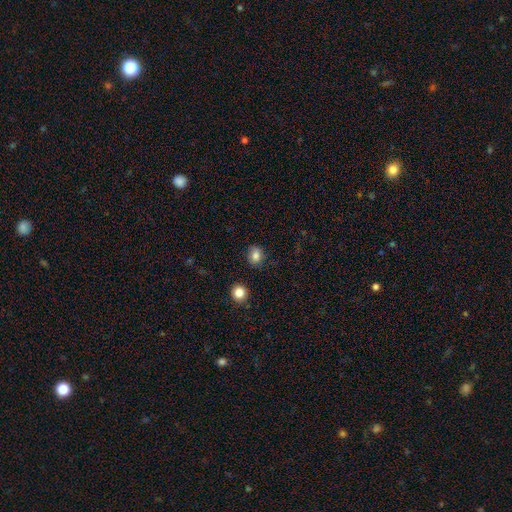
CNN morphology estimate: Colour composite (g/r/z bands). It shows a smooth galaxy with no disk features (82%) that is round (55%). Merging: none (80%).